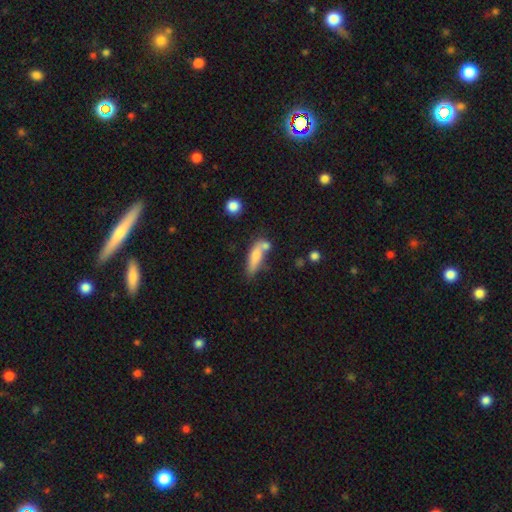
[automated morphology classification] smooth 73%, featured or disk 19%, star or artifact 8%. Down the decision tree: how rounded — cigar-shaped (54%); merging — none (43%).